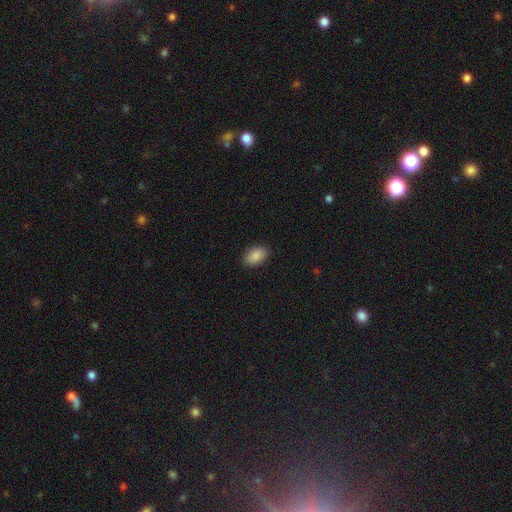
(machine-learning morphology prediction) Smooth or featured: smooth — 89% (star or artifact — 7%)
How rounded: in between — 90% (round — 9%)
Merging: none — 89% (minor disturbance — 9%)